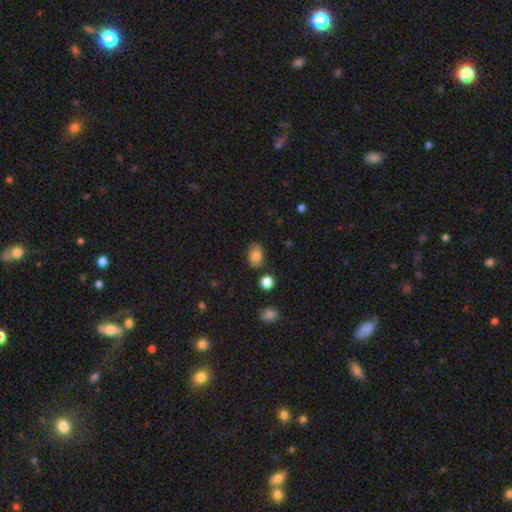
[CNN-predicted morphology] Smooth or featured: smooth — 83% (star or artifact — 10%)
How rounded: in between — 74% (round — 25%)
Merging: none — 76% (minor disturbance — 17%)